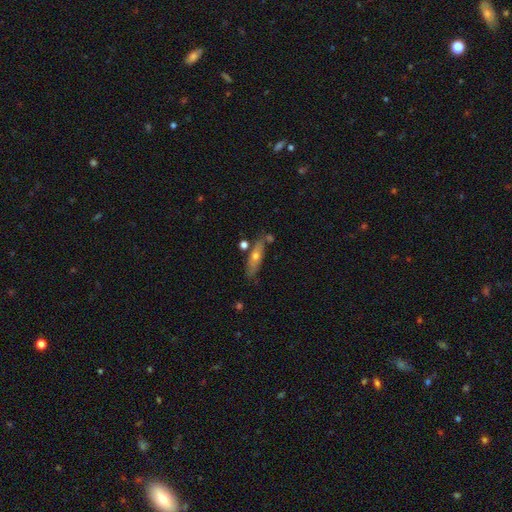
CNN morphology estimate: Smooth or featured: featured or disk — 47% (smooth — 45%)
Merging: none — 71% (minor disturbance — 17%)